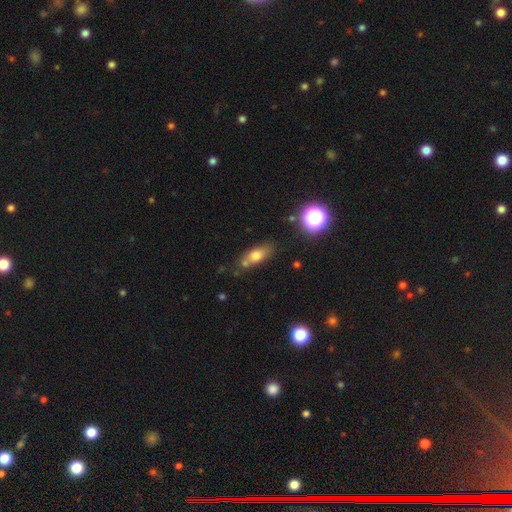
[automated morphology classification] type=smooth (70%); roundness=in between (70%); merging=none (60%).